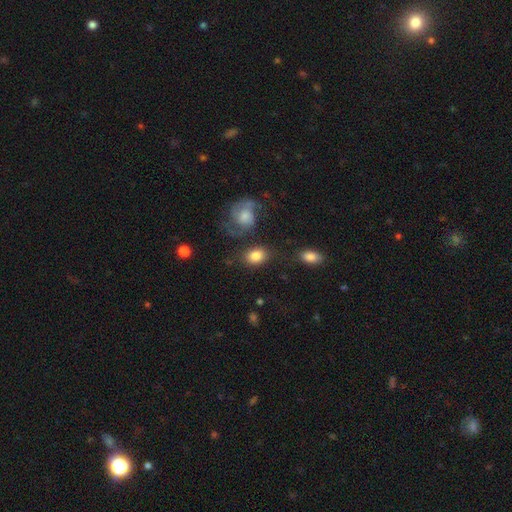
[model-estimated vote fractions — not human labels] This is clearly a smooth galaxy (83%). How rounded: likely in between (71%). Merging: likely none (70%).